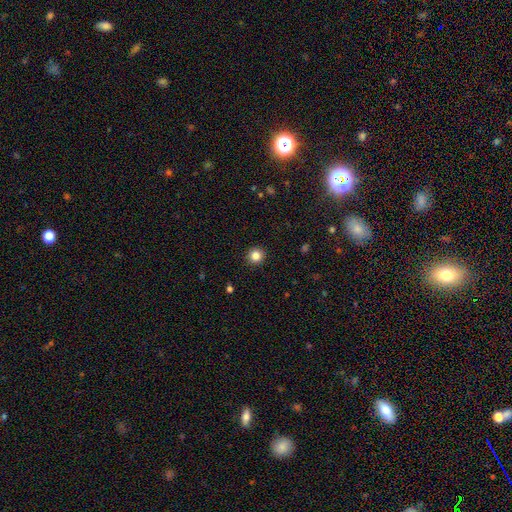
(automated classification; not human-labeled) Smooth or featured? Predicted: smooth (p=0.84). How rounded? Predicted: round (p=0.94). Merging? Predicted: none (p=0.93).